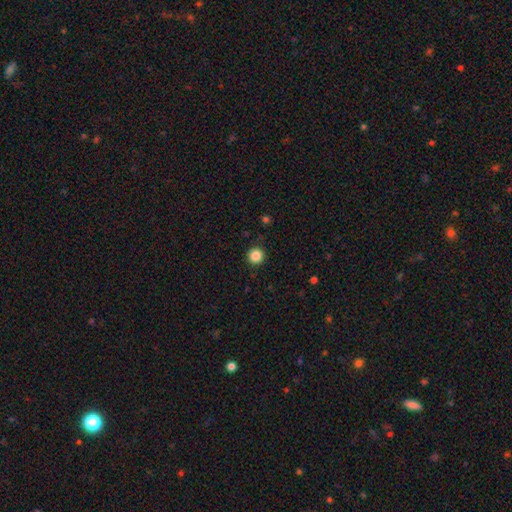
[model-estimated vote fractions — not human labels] Smooth or featured? smooth (86%)
How rounded? round (96%)
Merging? none (93%)